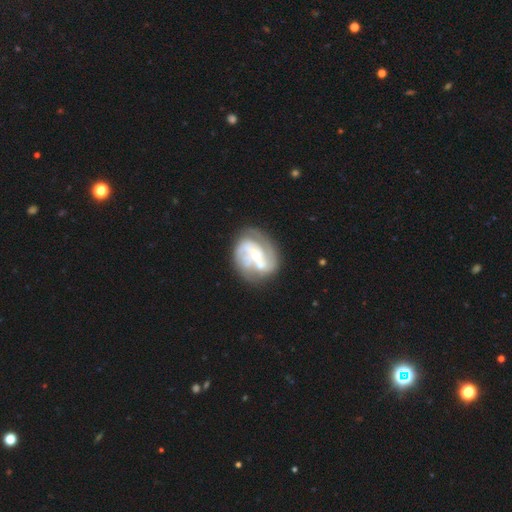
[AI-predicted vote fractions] Morphology: type=featured or disk (83%); edge-on=no (98%); bar=no (47%); spiral arms=yes (91%); winding=medium (44%); arm count=2 (57%); bulge=small (56%); merging=none (54%).